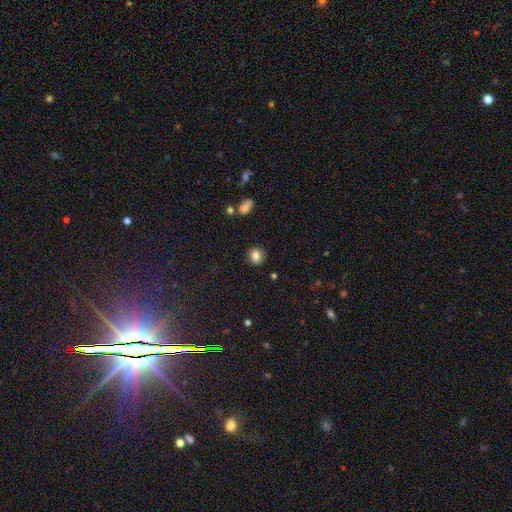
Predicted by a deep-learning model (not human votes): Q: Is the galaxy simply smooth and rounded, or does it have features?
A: smooth — 82%.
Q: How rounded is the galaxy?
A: round — 81%.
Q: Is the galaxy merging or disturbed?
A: none — 87%.